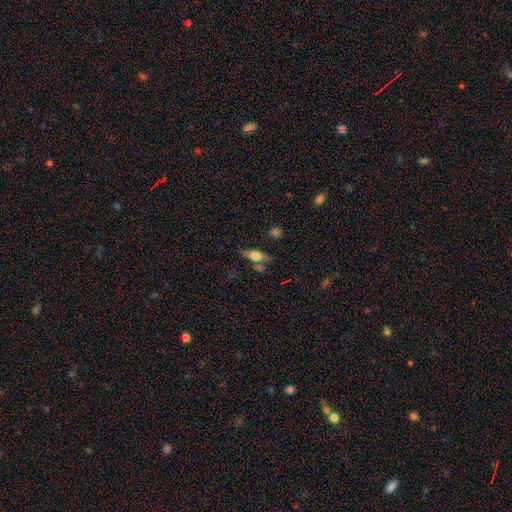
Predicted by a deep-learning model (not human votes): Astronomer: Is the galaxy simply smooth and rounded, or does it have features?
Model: smooth — 61%.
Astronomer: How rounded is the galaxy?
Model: in between — 71%.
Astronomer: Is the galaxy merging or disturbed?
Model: none — 63%.